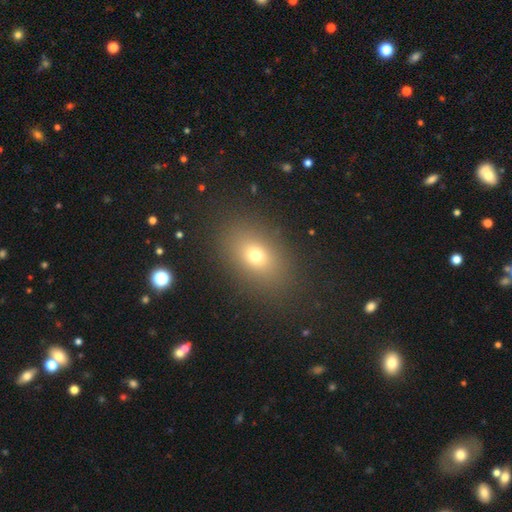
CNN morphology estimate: type=smooth (69%); roundness=in between (71%); merging=none (85%).